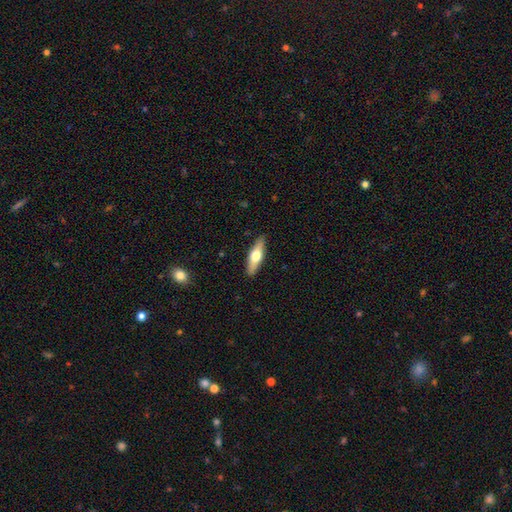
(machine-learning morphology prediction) A smooth galaxy with no disk features (50%) that is cigar-shaped (57%).

Vote fractions:
- Smooth or featured? smooth: 50% / featured or disk: 44% / star or artifact: 5%
- How rounded? cigar-shaped: 57% / in between: 40% / round: 2%
- Merging? none: 89% / minor disturbance: 8% / major disturbance: 2% / merger: 1%